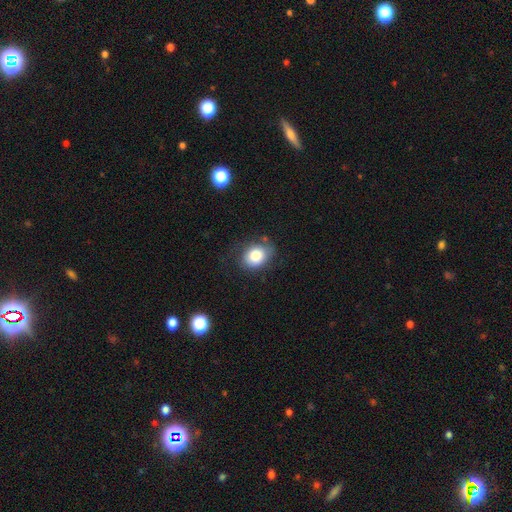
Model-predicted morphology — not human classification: Overall: smooth (80%). How rounded: in between (55%; round 44%). Merging: none (67%).